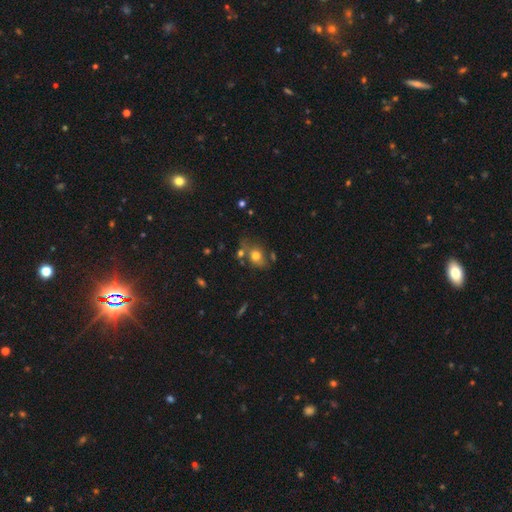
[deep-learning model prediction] smooth_or_featured: smooth (p=0.71) [alt: featured or disk p=0.17]
how_rounded: in between (p=0.58) [alt: round p=0.40]
merging: none (p=0.55) [alt: minor disturbance p=0.21]